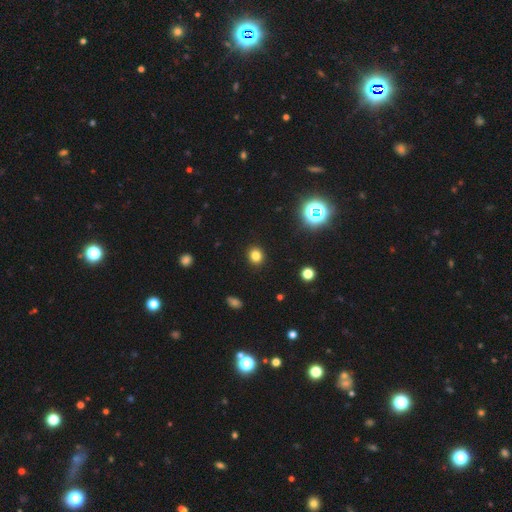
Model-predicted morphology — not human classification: smooth 80%, star or artifact 15%, featured or disk 6%. Down the decision tree: how rounded — round (72%); merging — none (91%).